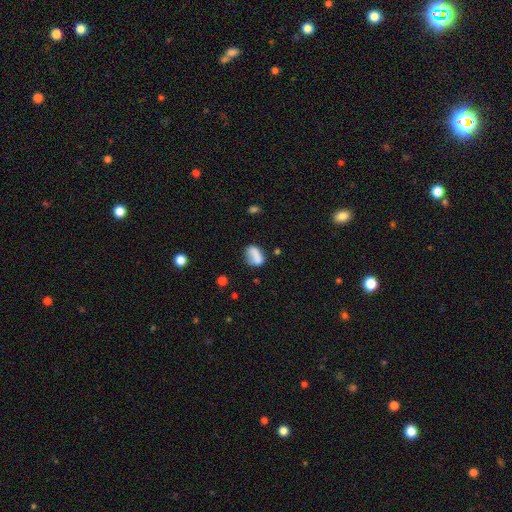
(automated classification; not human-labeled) This appears to be a smooth galaxy with no disk features (71%) that is in between round and cigar-shaped (72%). Merging: none (41%).